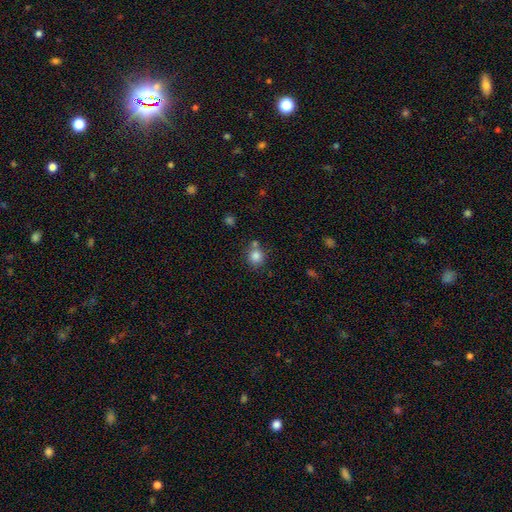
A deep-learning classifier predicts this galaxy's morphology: smooth_or_featured: smooth (p=0.83) [alt: star or artifact p=0.11]
how_rounded: round (p=0.83) [alt: in between p=0.16]
merging: none (p=0.65) [alt: merger p=0.19]